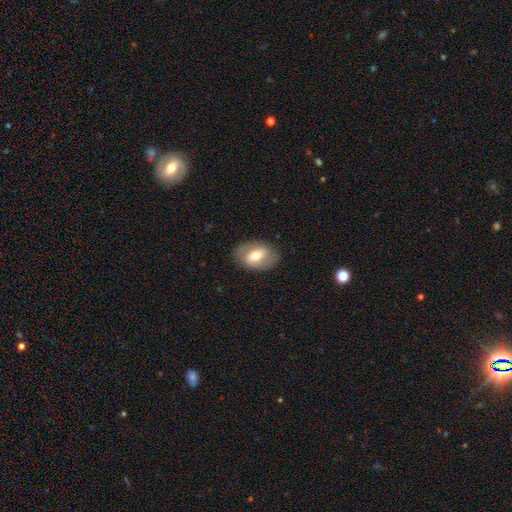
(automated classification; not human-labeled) Morphology: type=smooth (49%); merging=none (82%).